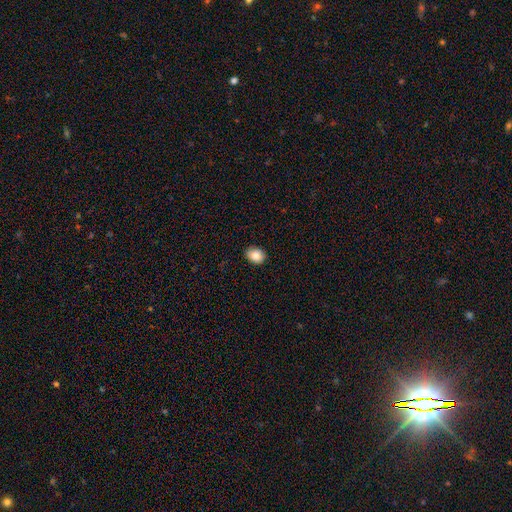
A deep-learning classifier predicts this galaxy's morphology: Smooth or featured? Predicted: smooth (p=0.84). How rounded? Predicted: in between (p=0.55). Merging? Predicted: none (p=0.89).